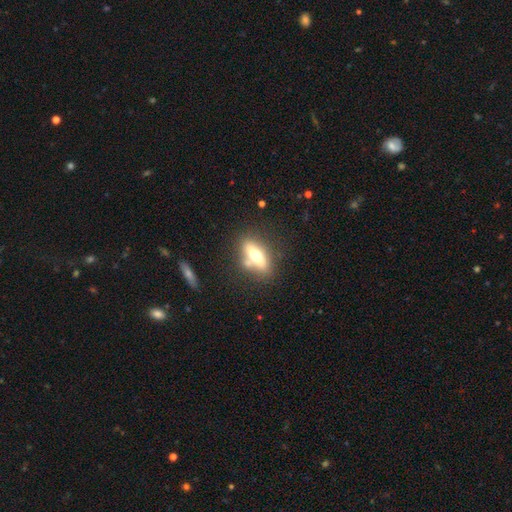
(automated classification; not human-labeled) Smooth or featured: smooth — 53% (featured or disk — 39%)
How rounded: in between — 63% (cigar-shaped — 32%)
Merging: none — 70% (minor disturbance — 14%)